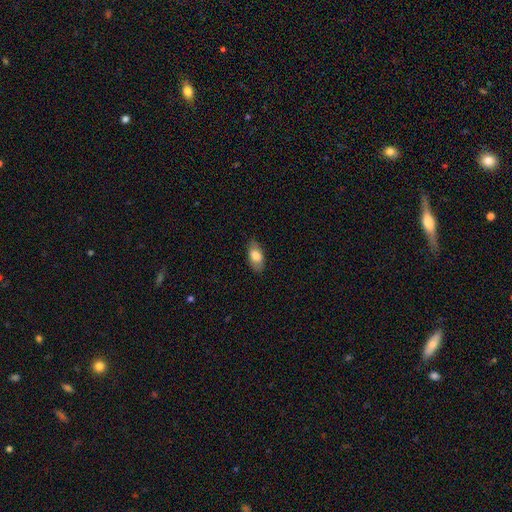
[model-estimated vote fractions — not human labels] Smooth or featured? Predicted: smooth (p=0.77). How rounded? Predicted: in between (p=0.91). Merging? Predicted: none (p=0.81).